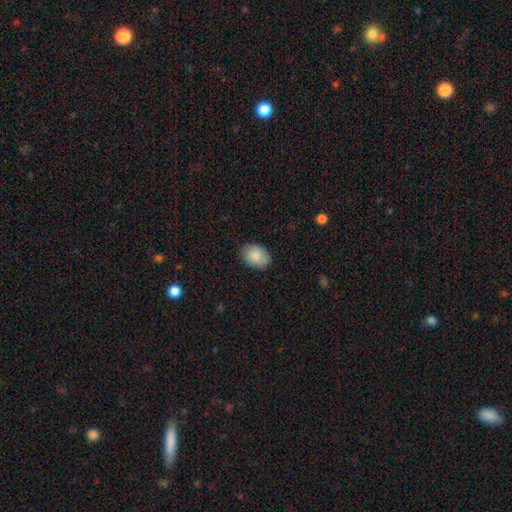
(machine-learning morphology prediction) Overall: smooth (84%). How rounded: in between (73%). Merging: none (83%).